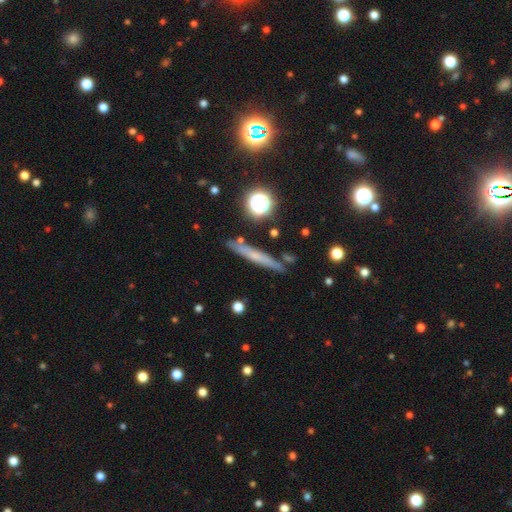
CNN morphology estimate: smooth-or-featured: smooth: 44% | featured or disk: 42% | star or artifact: 14%
  merging: none: 83% | minor disturbance: 11% | merger: 3% | major disturbance: 2%